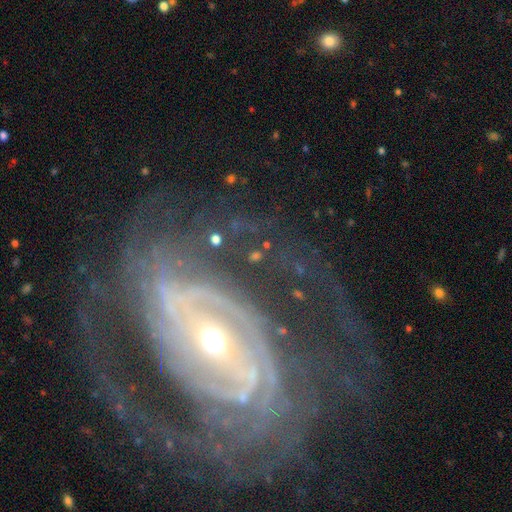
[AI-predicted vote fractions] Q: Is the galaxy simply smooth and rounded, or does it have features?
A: featured or disk — 88%.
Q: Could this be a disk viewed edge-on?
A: no — 95%.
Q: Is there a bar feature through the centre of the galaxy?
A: no — 36%.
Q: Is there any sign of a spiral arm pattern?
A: yes — 94%.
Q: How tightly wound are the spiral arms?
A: tight — 56%.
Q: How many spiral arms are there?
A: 2 — 30%.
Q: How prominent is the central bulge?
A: moderate — 50%.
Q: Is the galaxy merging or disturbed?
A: none — 62%.